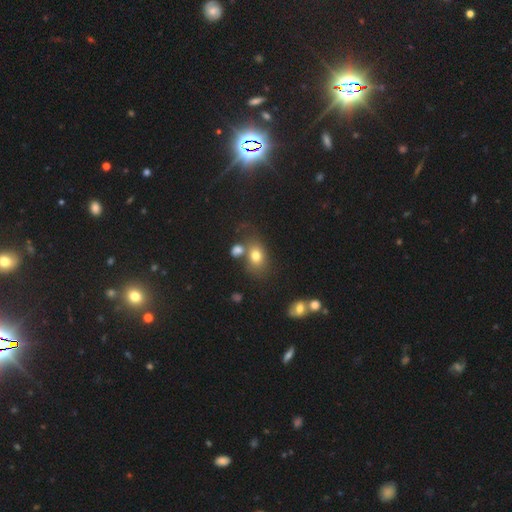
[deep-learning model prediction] The model was most divided on "merging": none: 53%, merger: 25%, minor disturbance: 15%, major disturbance: 8%. More confident: smooth or featured — smooth (75%); how rounded — in between (65%).